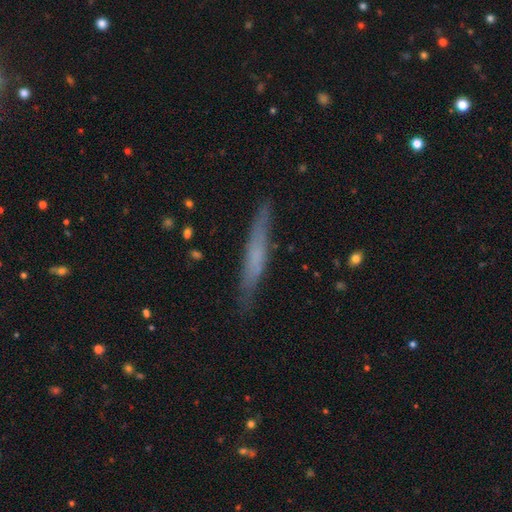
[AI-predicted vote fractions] smooth-or-featured: smooth: 49% | featured or disk: 44% | star or artifact: 7%
  merging: none: 84% | minor disturbance: 12% | major disturbance: 2% | merger: 1%